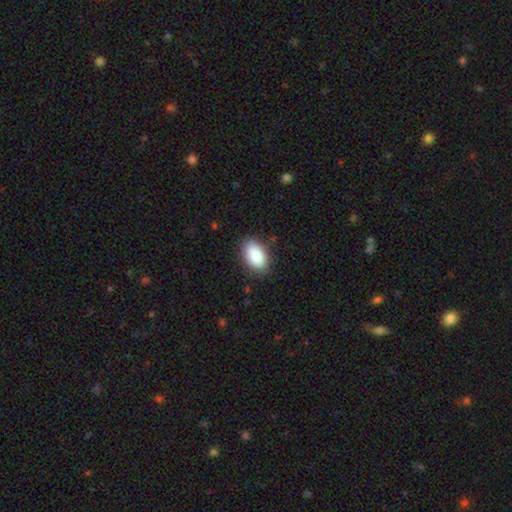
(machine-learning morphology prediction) smooth 88%, star or artifact 7%, featured or disk 6%. Down the decision tree: how rounded — in between (93%); merging — none (85%).